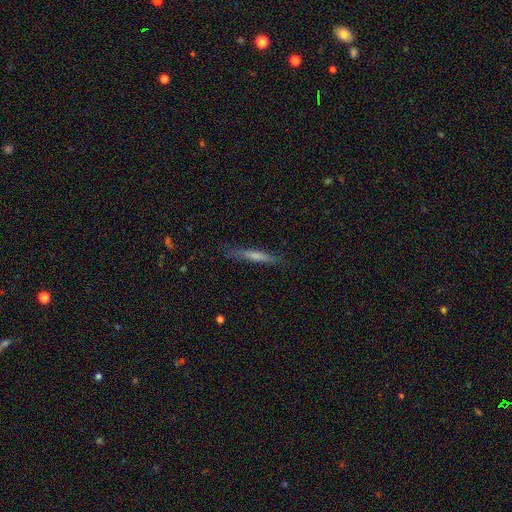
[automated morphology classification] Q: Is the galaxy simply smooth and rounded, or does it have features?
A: smooth — 51%.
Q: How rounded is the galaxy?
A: cigar-shaped — 95%.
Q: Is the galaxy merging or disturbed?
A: none — 84%.